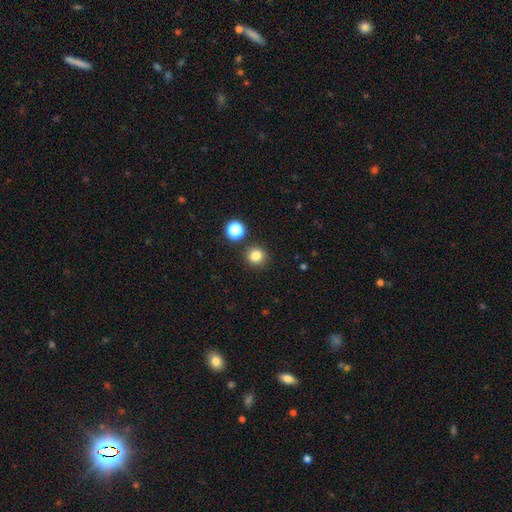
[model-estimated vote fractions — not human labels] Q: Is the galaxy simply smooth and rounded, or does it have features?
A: smooth — 82%.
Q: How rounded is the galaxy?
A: round — 93%.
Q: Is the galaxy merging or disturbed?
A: none — 88%.